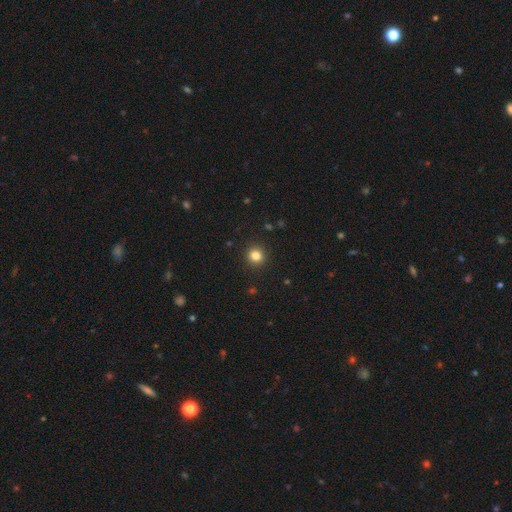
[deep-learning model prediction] Smooth or featured?
  - smooth: 83% *
  - star or artifact: 13%
  - featured or disk: 5%
How rounded?
  - round: 92% *
  - in between: 7%
  - cigar-shaped: 1%
Merging?
  - none: 92% *
  - minor disturbance: 5%
  - major disturbance: 2%
  - merger: 1%